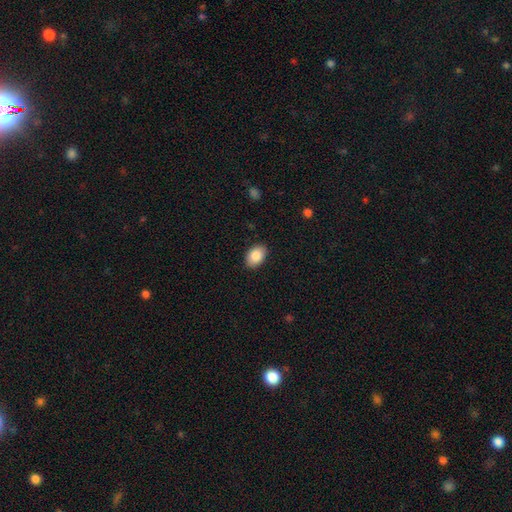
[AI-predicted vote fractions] Smooth or featured: smooth — 88% (star or artifact — 7%)
How rounded: in between — 87% (round — 12%)
Merging: none — 88% (minor disturbance — 9%)